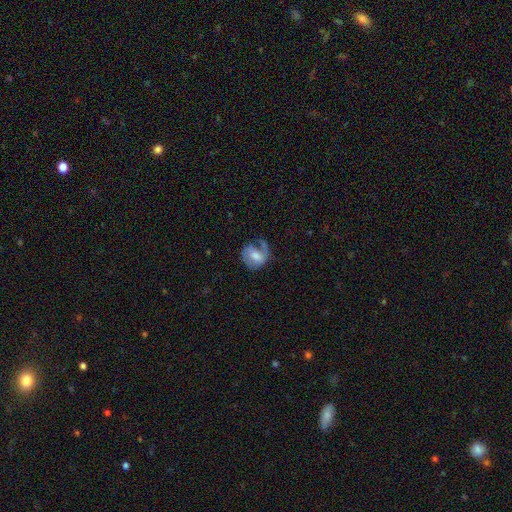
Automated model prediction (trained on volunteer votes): A featured or disk galaxy (52%) with a weak bar (44%), spiral arms (75%) and a moderate central bulge (52%). Merging: none (44%).